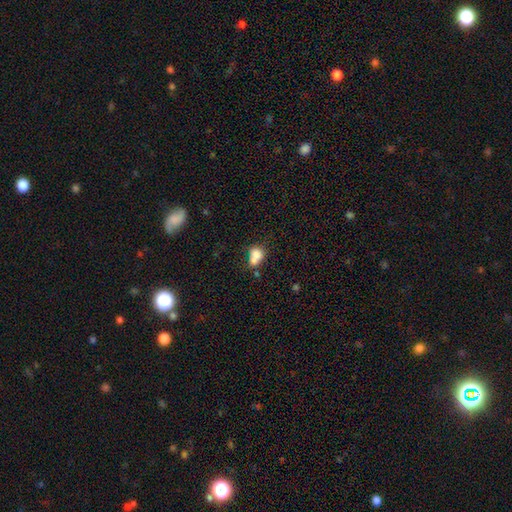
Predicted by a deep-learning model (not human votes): Overall: smooth (76%). How rounded: round (49%, tied with in between). Merging: merger (46%; none 30%).